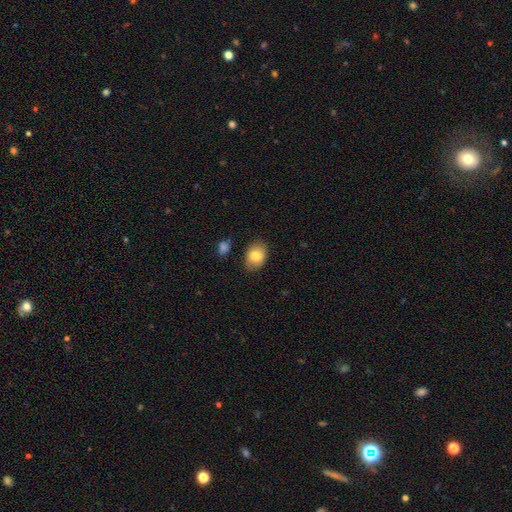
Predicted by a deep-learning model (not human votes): This appears to be a smooth galaxy with no disk features (80%) that is in between round and cigar-shaped (78%). Merging: none (82%).